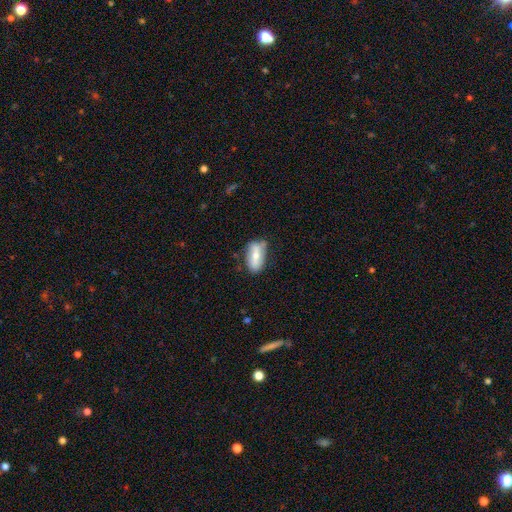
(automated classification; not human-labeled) smooth_or_featured: smooth (p=0.56) [alt: featured or disk p=0.37]
how_rounded: in between (p=0.88) [alt: cigar-shaped p=0.08]
merging: none (p=0.63) [alt: minor disturbance p=0.28]